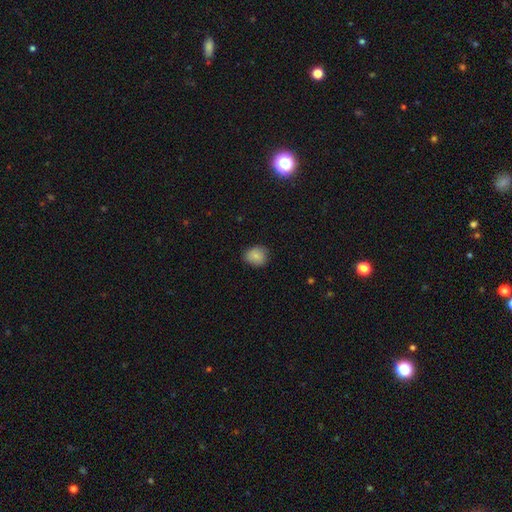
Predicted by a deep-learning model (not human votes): This appears to be a smooth galaxy with no disk features (84%) that is round (67%). Merging: none (79%).